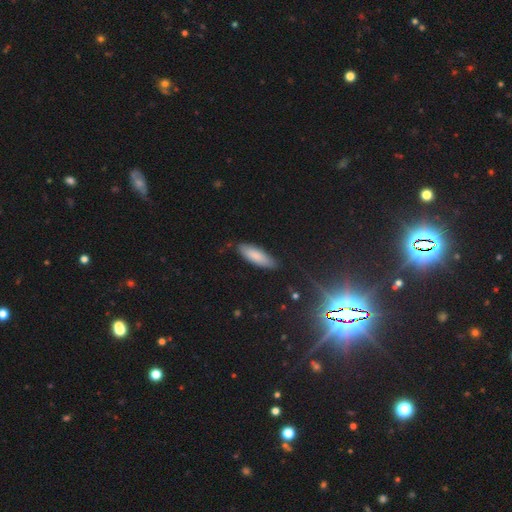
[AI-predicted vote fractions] smooth-or-featured: smooth: 83% | featured or disk: 10% | star or artifact: 6%
  how-rounded: in between: 55% | cigar-shaped: 44% | round: 1%
  merging: none: 83% | minor disturbance: 13% | major disturbance: 2% | merger: 1%